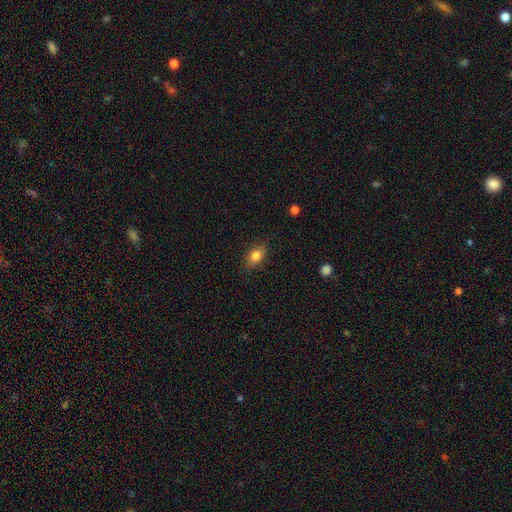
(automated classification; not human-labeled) Smooth or featured?
  - smooth: 81% *
  - featured or disk: 9%
  - star or artifact: 9%
How rounded?
  - in between: 77% *
  - round: 19%
  - cigar-shaped: 4%
Merging?
  - none: 82% *
  - minor disturbance: 14%
  - major disturbance: 3%
  - merger: 1%